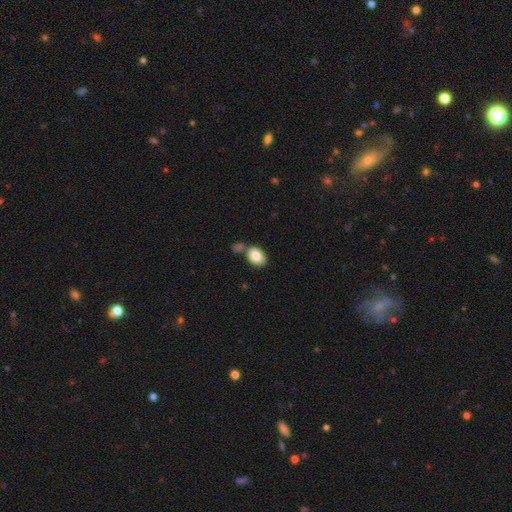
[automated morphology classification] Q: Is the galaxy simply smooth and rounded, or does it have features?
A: smooth — 84%.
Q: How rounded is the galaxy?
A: in between — 83%.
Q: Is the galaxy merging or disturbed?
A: none — 57%.